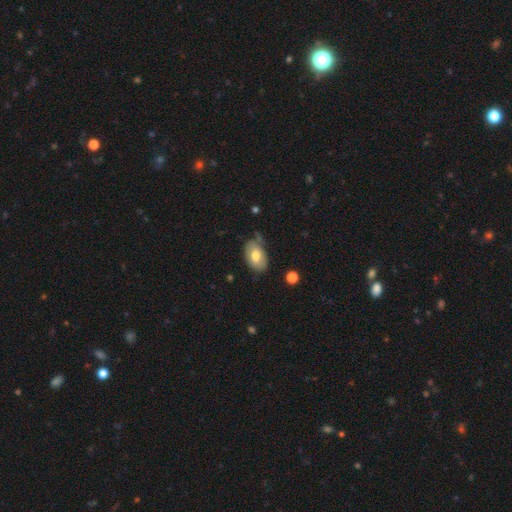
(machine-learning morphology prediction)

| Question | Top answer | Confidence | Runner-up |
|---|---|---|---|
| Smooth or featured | smooth | 68% | featured or disk (25%) |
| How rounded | in between | 91% | round (8%) |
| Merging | none | 60% | minor disturbance (28%) |